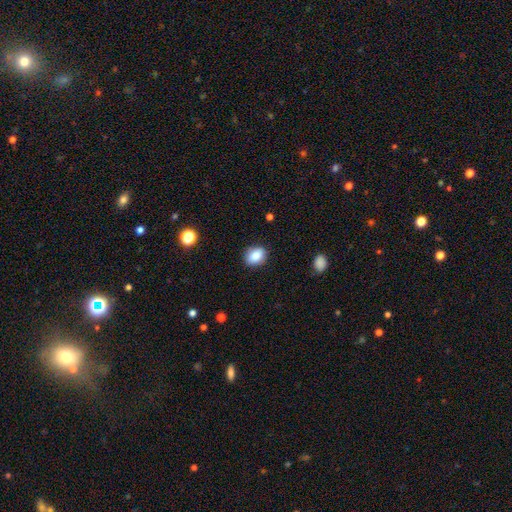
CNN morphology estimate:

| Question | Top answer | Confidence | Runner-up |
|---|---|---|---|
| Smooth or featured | smooth | 85% | star or artifact (9%) |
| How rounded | in between | 61% | round (38%) |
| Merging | none | 87% | minor disturbance (10%) |